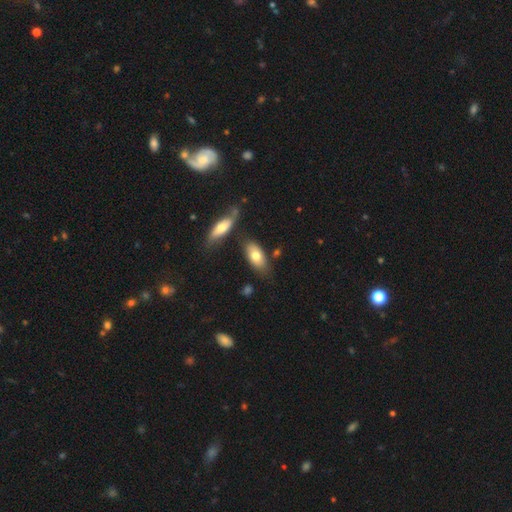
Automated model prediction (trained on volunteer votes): A smooth galaxy with no disk features (74%) that is in between round and cigar-shaped (90%). Merging: none (70%).